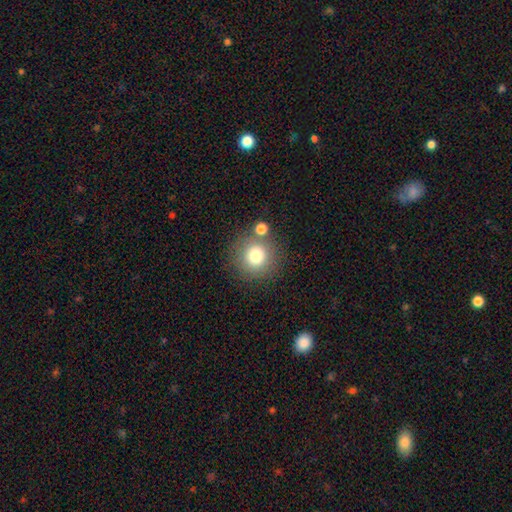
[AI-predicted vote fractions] Q: Smooth or featured?
A: smooth (77%); runner-up: star or artifact (12%)
Q: How rounded?
A: round (94%); runner-up: in between (5%)
Q: Merging?
A: none (76%); runner-up: merger (11%)